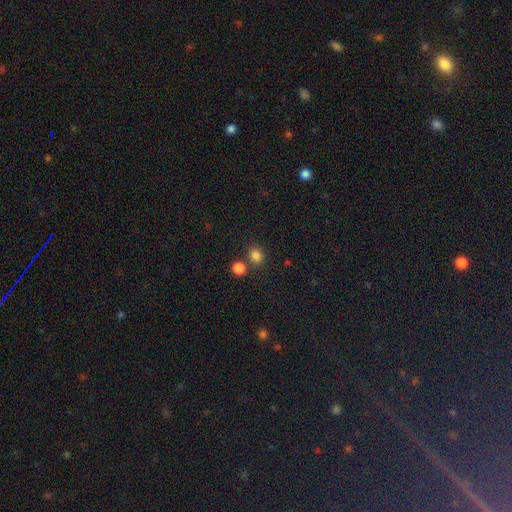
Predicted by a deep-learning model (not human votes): A smooth galaxy with no disk features (82%) that is round (73%). Merging: none (72%).